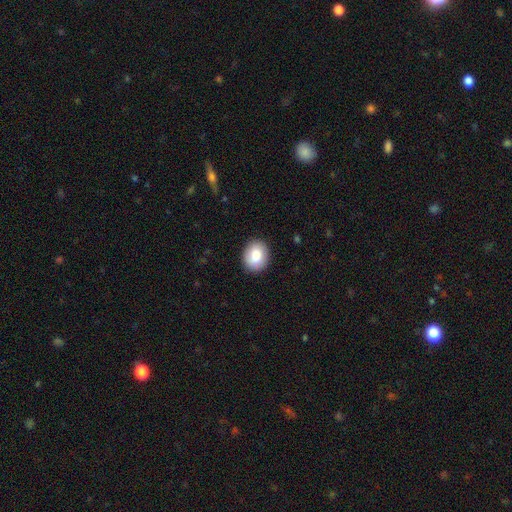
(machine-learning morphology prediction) smooth-or-featured: smooth: 86% | featured or disk: 8% | star or artifact: 7%
  how-rounded: in between: 51% | round: 48% | cigar-shaped: 1%
  merging: none: 88% | minor disturbance: 9% | major disturbance: 2% | merger: 1%